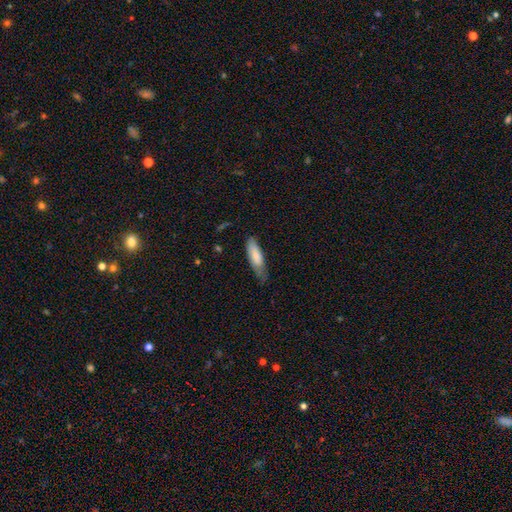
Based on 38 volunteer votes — Morphology: type=smooth (84%); roundness=in between (50%, tied with cigar-shaped); merging=none (47%).